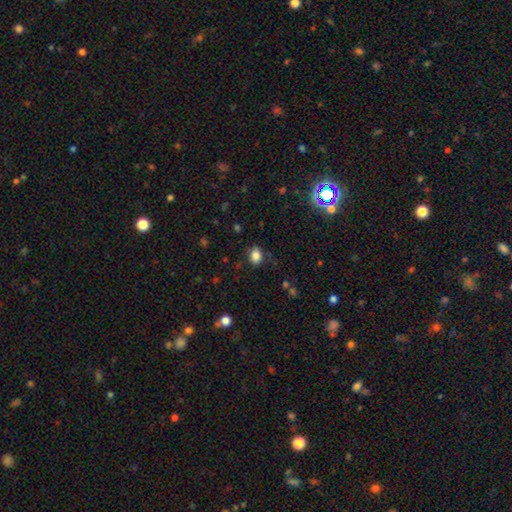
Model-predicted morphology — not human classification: smooth_or_featured: smooth (p=0.84) [alt: star or artifact p=0.11]
how_rounded: in between (p=0.67) [alt: round p=0.32]
merging: none (p=0.80) [alt: minor disturbance p=0.14]